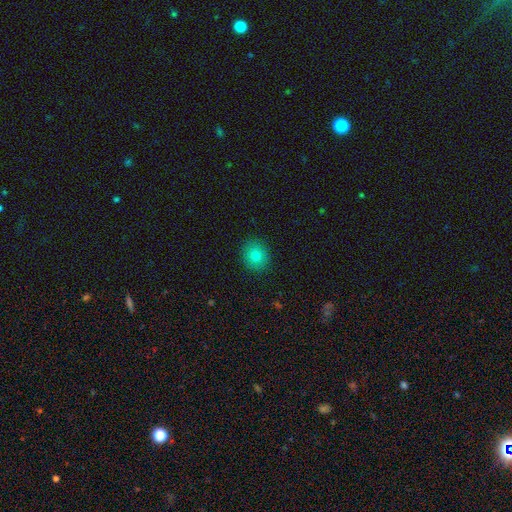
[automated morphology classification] A smooth galaxy with no disk features (80%) that is round (78%). Merging: none (90%).